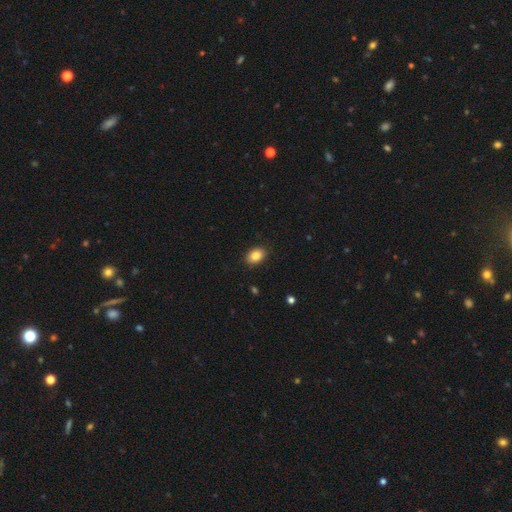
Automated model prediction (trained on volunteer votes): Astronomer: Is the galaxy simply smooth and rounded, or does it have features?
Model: smooth — 85%.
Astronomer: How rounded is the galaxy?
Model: in between — 80%.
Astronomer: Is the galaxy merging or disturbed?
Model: none — 90%.